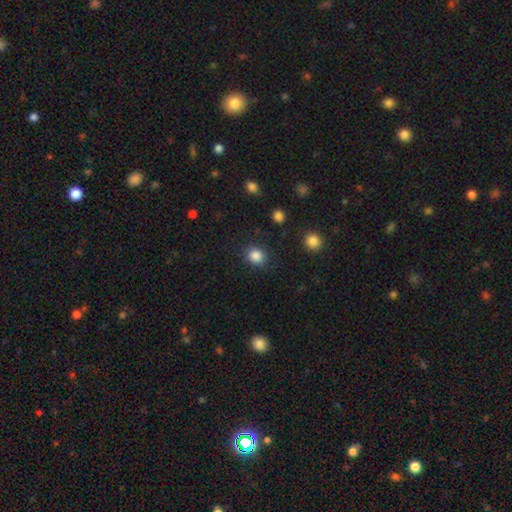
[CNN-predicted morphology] A smooth galaxy with no disk features (86%) that is round (76%). Merging: none (87%).